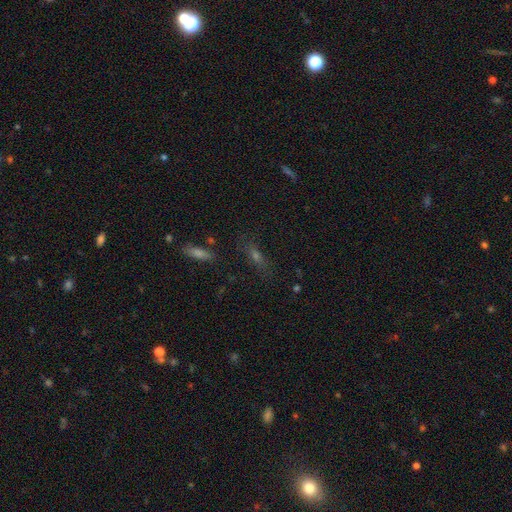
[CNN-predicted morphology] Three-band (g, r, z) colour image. It shows a smooth galaxy with no disk features (42%). Merging: none (75%).